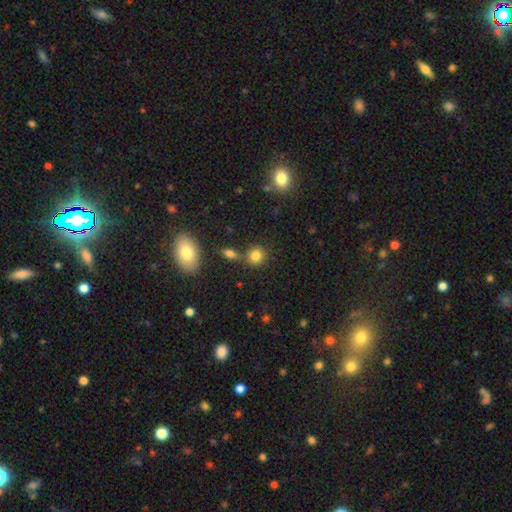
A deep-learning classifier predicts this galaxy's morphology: Smooth or featured?
  - smooth: 82% *
  - star or artifact: 11%
  - featured or disk: 6%
How rounded?
  - round: 77% *
  - in between: 22%
  - cigar-shaped: 1%
Merging?
  - none: 72% *
  - merger: 15%
  - minor disturbance: 10%
  - major disturbance: 3%